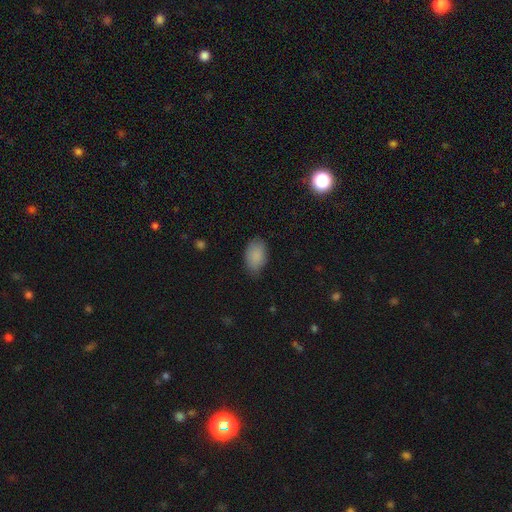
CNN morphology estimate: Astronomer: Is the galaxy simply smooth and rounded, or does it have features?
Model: smooth — 87%.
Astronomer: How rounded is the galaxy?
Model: in between — 90%.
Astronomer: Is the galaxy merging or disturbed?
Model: none — 69%.